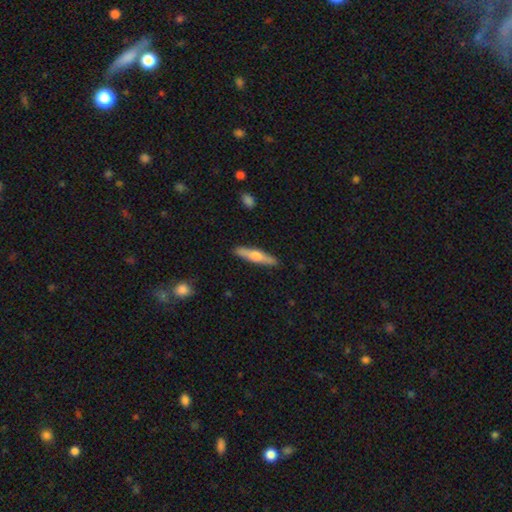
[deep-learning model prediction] Smooth or featured? smooth (48%)
Merging? none (90%)